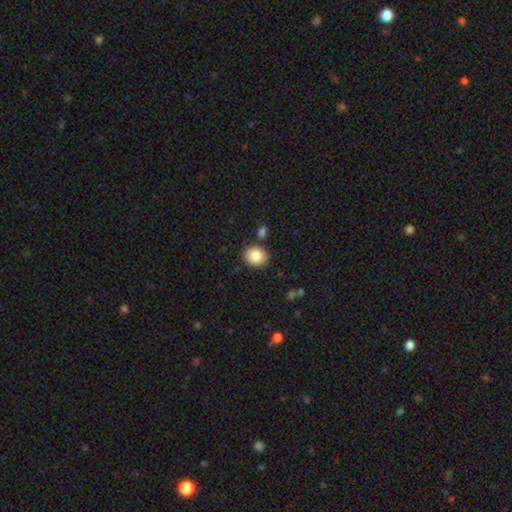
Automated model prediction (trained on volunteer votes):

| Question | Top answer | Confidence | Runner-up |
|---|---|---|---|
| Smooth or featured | smooth | 86% | star or artifact (8%) |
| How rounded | round | 66% | in between (34%) |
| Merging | none | 83% | minor disturbance (9%) |